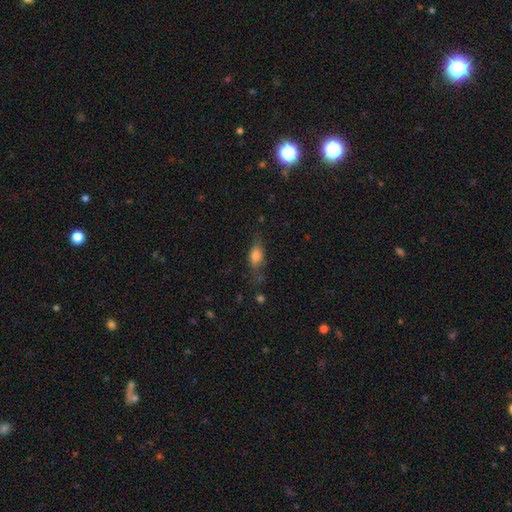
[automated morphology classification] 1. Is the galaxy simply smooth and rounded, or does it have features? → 72% smooth, 19% featured or disk, 9% star or artifact.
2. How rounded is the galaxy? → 76% in between, 16% cigar-shaped, 8% round.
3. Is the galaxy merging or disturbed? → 61% none, 26% minor disturbance, 10% major disturbance, 3% merger.